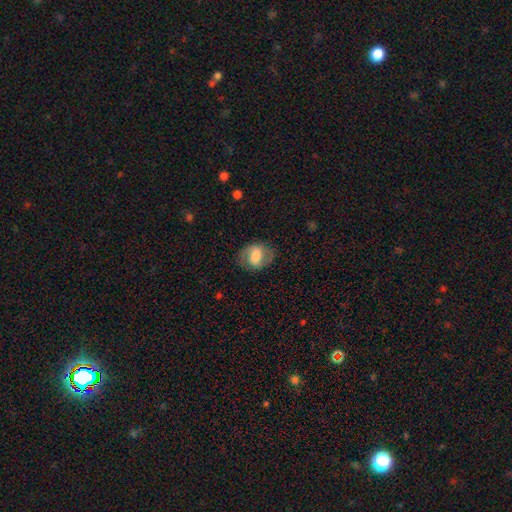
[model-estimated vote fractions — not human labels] smooth 46% (tied), featured or disk 46% (tied), star or artifact 8%. Down the decision tree: merging — none (77%).